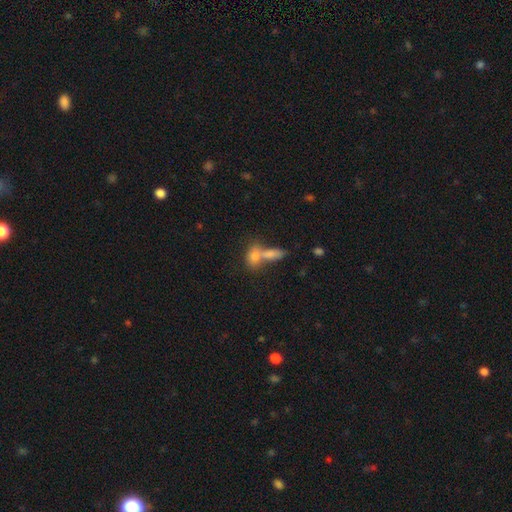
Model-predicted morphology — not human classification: Smooth or featured: smooth — 74% (featured or disk — 15%)
How rounded: in between — 70% (round — 19%)
Merging: merger — 57% (none — 30%)